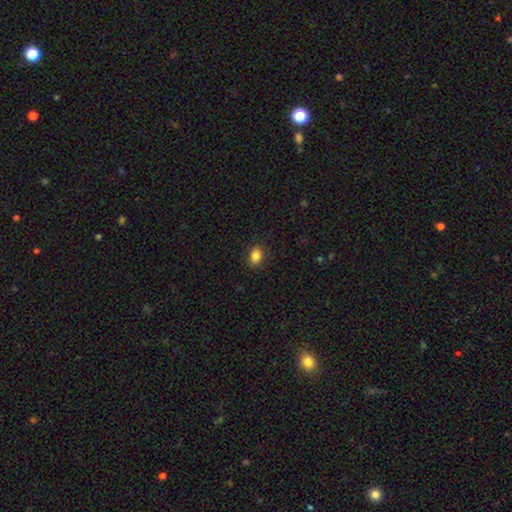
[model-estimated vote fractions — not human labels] smooth-or-featured: smooth: 85% | star or artifact: 10% | featured or disk: 5%
  how-rounded: in between: 68% | round: 31% | cigar-shaped: 1%
  merging: none: 88% | minor disturbance: 9% | major disturbance: 2% | merger: 1%